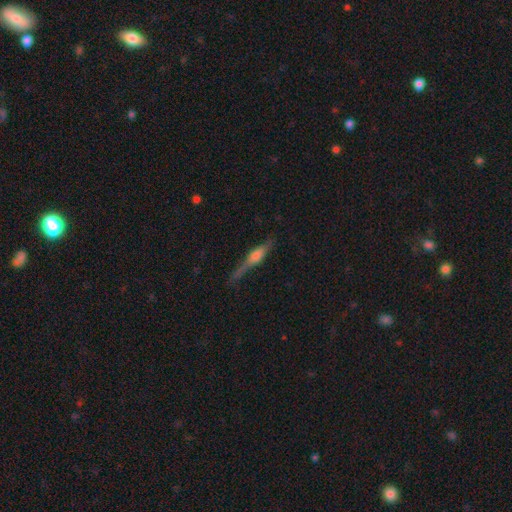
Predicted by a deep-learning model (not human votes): smooth-or-featured: featured or disk: 68% | smooth: 24% | star or artifact: 8%
  disk-edge-on: yes: 95% | no: 5%
    edge-on-bulge: rounded: 73% | boxy: 19% | none: 8%
  merging: none: 72% | minor disturbance: 19% | major disturbance: 6% | merger: 2%